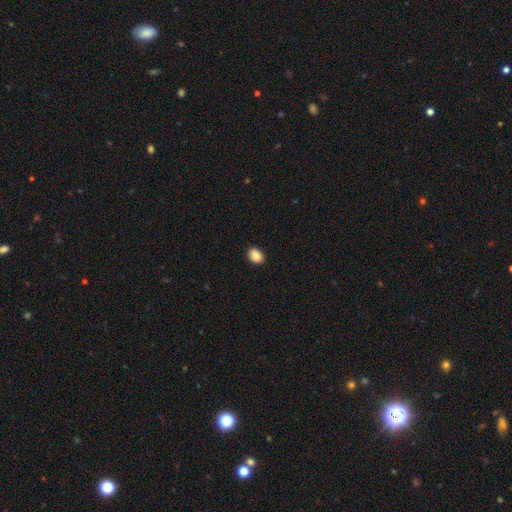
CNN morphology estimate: This appears to be a smooth galaxy with no disk features (89%) that is in between round and cigar-shaped (73%). Merging: none (90%).